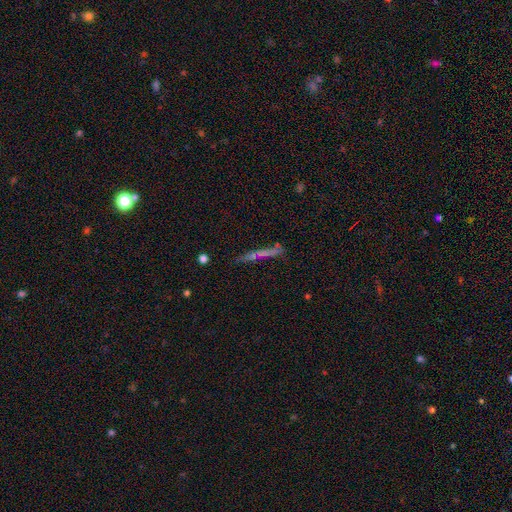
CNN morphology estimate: Smooth or featured? featured or disk (47%)
Merging? none (77%)